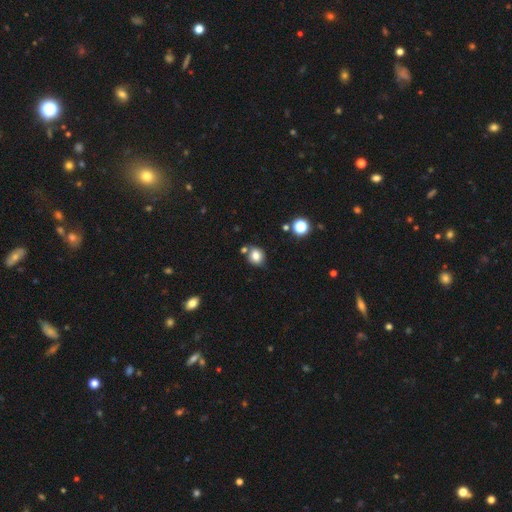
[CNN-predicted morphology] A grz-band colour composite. It shows a smooth galaxy with no disk features (81%) that is round (69%). Merging: none (71%).